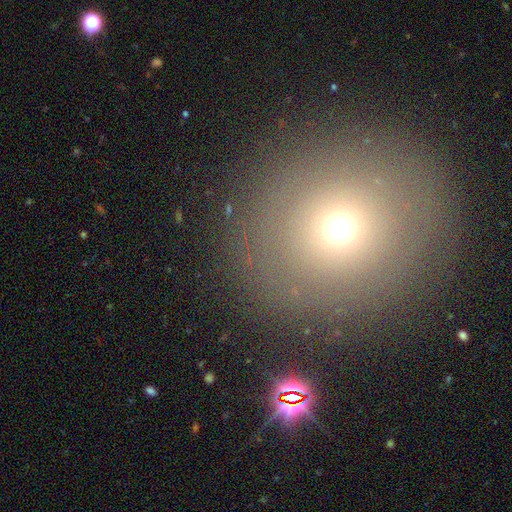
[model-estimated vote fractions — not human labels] This is likely a smooth galaxy (66%). How rounded: clearly round (85%). Merging: clearly none (87%).